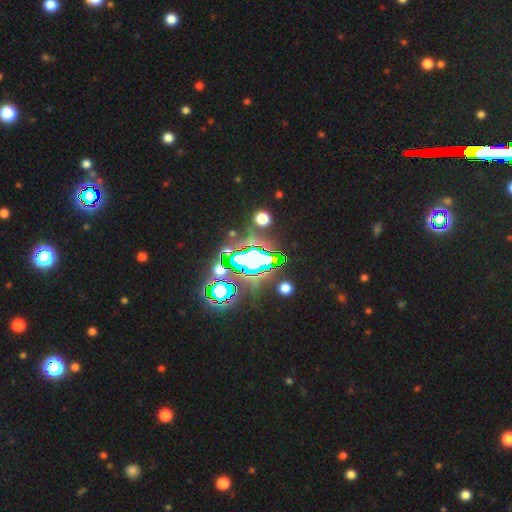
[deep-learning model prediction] Smooth or featured? star or artifact (73%)